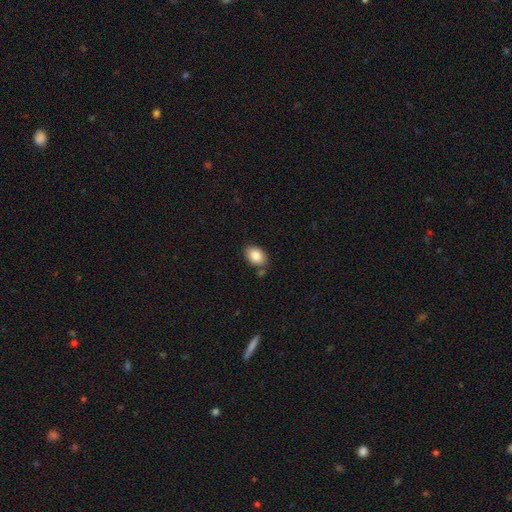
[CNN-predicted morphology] smooth-or-featured: smooth: 85% | star or artifact: 8% | featured or disk: 7%
  how-rounded: in between: 80% | round: 19% | cigar-shaped: 1%
  merging: none: 79% | minor disturbance: 12% | merger: 6% | major disturbance: 3%